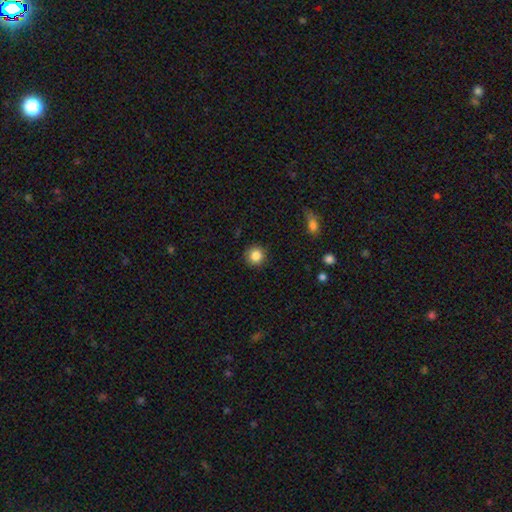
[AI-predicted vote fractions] A smooth galaxy with no disk features (85%) that is round (93%).

Vote fractions:
- Smooth or featured? smooth: 85% / star or artifact: 10% / featured or disk: 5%
- How rounded? round: 93% / in between: 6% / cigar-shaped: 1%
- Merging? none: 90% / minor disturbance: 6% / major disturbance: 2% / merger: 1%